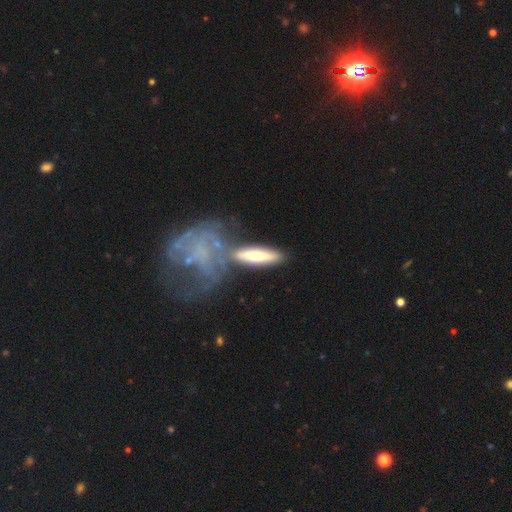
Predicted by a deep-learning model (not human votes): This appears to be a smooth galaxy with no disk features (56%) that is cigar-shaped (69%). Merging: none (61%).